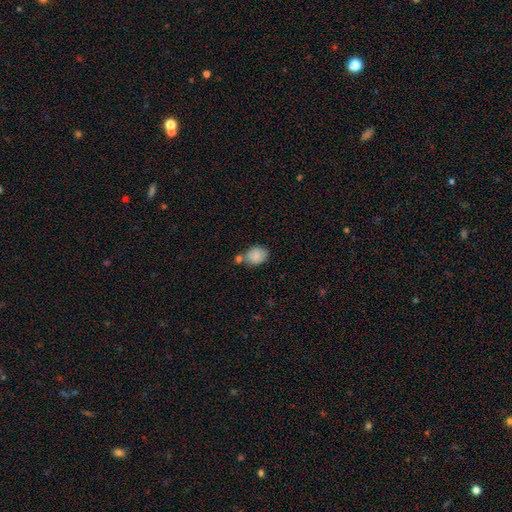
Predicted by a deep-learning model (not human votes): This is clearly a smooth galaxy (84%). How rounded: likely in between (62%). Merging: possibly none (47%).